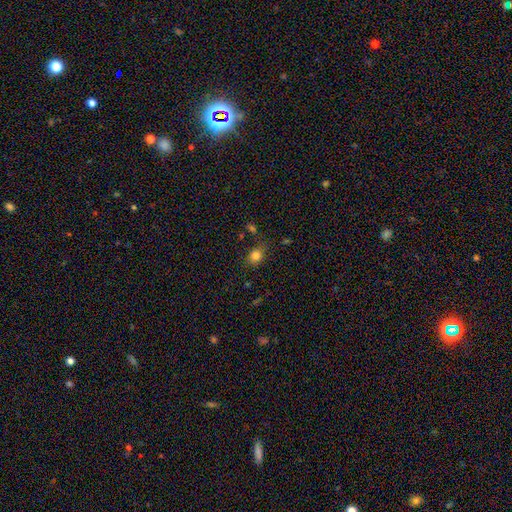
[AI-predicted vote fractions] smooth 80%, star or artifact 13%, featured or disk 6%. Down the decision tree: how rounded — round (62%); merging — none (73%).